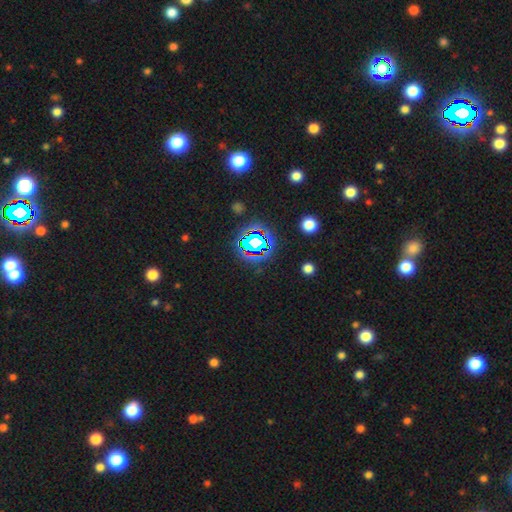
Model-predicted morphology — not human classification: Q: Smooth or featured?
A: star or artifact (79%); runner-up: smooth (14%)